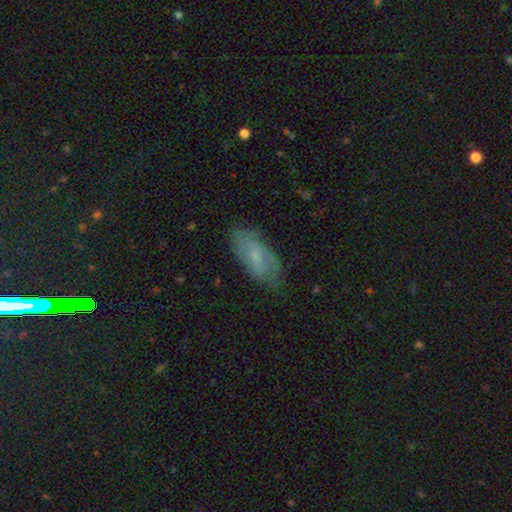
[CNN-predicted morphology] Smooth or featured? Predicted: smooth (p=0.61). How rounded? Predicted: in between (p=0.83). Merging? Predicted: none (p=0.74).